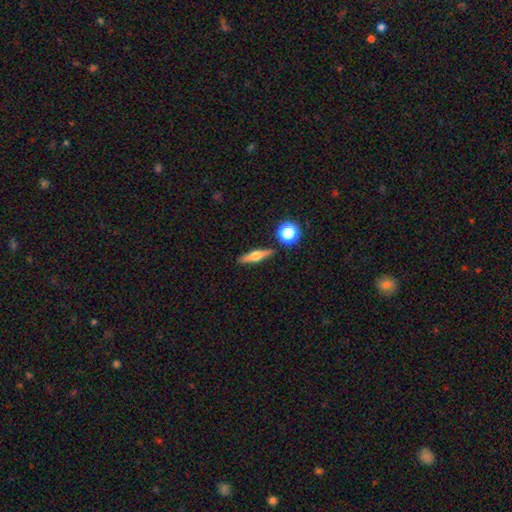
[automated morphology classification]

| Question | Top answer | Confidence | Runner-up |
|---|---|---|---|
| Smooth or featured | featured or disk | 50% | smooth (41%) |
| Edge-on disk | yes | 94% | no (6%) |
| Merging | none | 88% | minor disturbance (7%) |